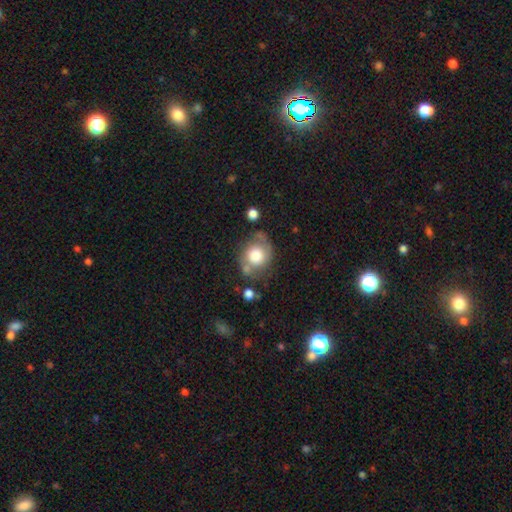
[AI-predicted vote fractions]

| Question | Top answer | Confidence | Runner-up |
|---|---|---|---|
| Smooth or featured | smooth | 53% | featured or disk (39%) |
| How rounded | round | 71% | in between (28%) |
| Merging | none | 55% | minor disturbance (23%) |